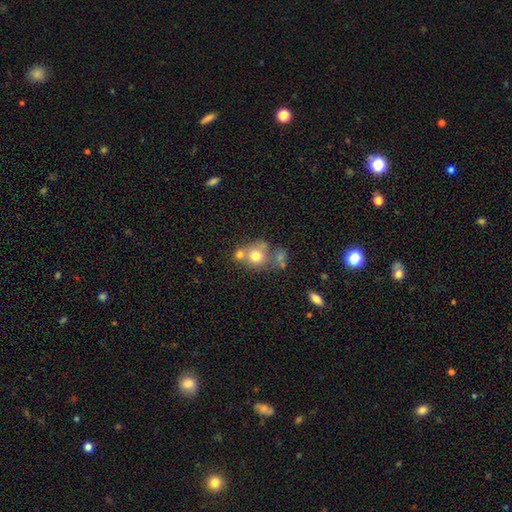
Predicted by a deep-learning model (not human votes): This is likely a smooth galaxy (70%). How rounded: likely round (78%). Merging: marginally none (43%).